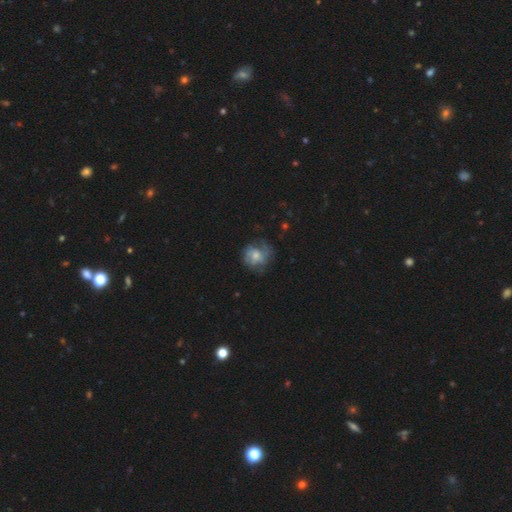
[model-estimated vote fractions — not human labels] smooth 46%, featured or disk 45%, star or artifact 9%. Down the decision tree: merging — none (56%).